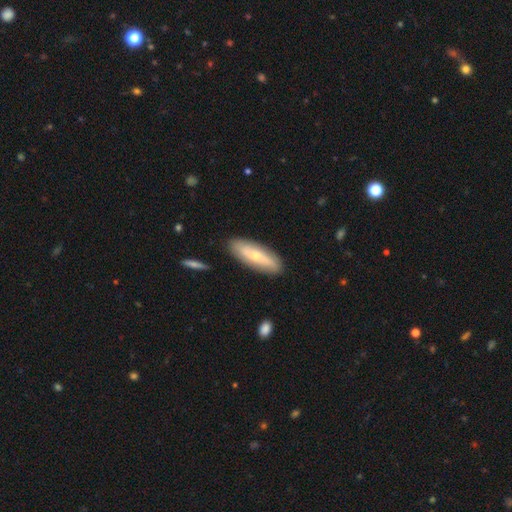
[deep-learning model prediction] Smooth or featured? Predicted: smooth (p=0.53). How rounded? Predicted: in between (p=0.53). Merging? Predicted: none (p=0.87).